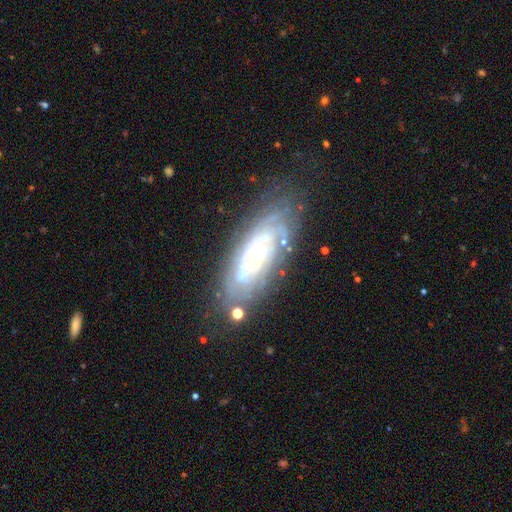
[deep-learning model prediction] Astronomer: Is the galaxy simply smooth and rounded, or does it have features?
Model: featured or disk — 82%.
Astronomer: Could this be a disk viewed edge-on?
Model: no — 88%.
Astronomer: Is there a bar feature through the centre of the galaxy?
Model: no — 71%.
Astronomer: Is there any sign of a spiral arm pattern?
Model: yes — 91%.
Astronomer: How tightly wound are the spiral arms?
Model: tight — 82%.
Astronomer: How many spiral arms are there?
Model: can't tell — 53%.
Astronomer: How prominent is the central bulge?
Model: small — 66%.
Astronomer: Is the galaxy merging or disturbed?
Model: none — 73%.